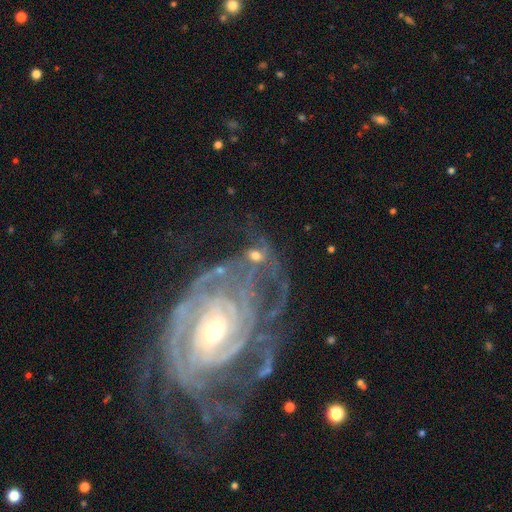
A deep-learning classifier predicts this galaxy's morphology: A featured or disk galaxy (63%) with no bar (56%), spiral arms (81%) and a moderate central bulge (42%). Merging: none (42%).